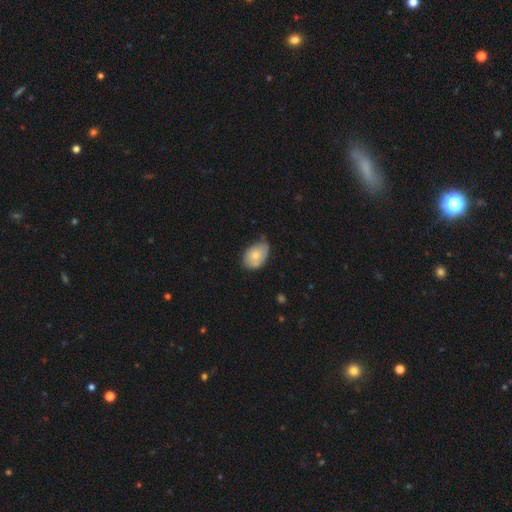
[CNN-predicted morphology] Overall: smooth (73%). How rounded: in between (82%). Merging: none (45%; minor disturbance 44%).